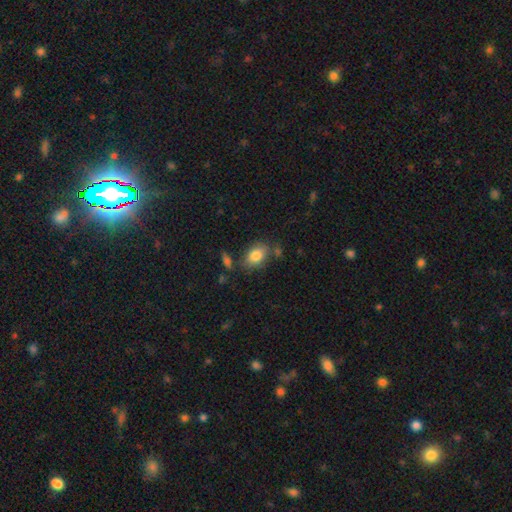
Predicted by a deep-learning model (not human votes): Q: Smooth or featured?
A: smooth (82%); runner-up: featured or disk (10%)
Q: How rounded?
A: in between (82%); runner-up: round (16%)
Q: Merging?
A: none (73%); runner-up: minor disturbance (15%)